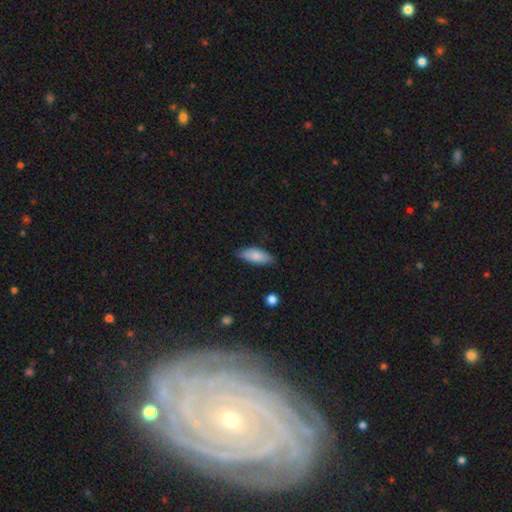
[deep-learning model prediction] Smooth or featured? Predicted: smooth (p=0.80). How rounded? Predicted: in between (p=0.77). Merging? Predicted: none (p=0.79).